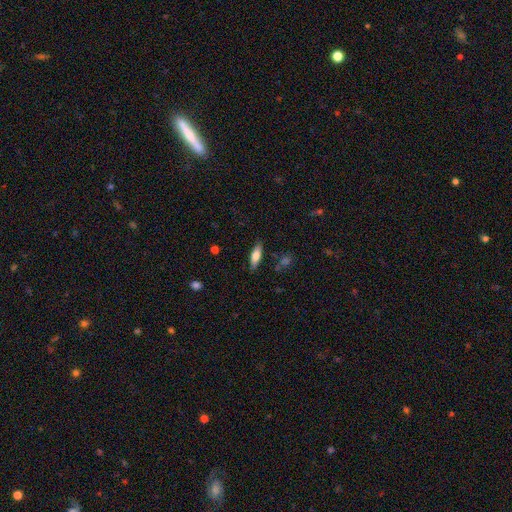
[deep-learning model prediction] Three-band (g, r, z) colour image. It shows a smooth galaxy with no disk features (70%) that is in between round and cigar-shaped (55%). Merging: none (84%).